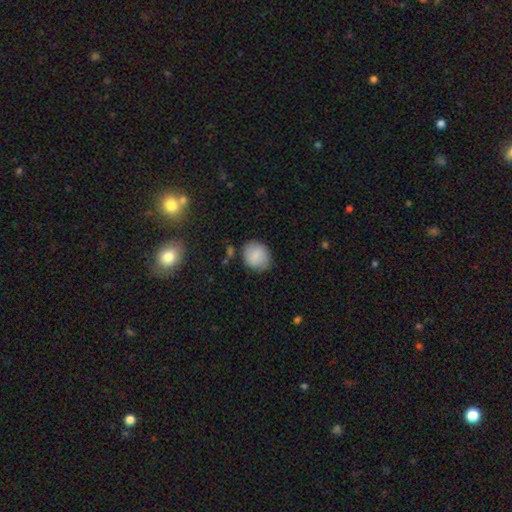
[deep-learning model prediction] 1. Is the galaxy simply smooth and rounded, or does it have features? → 82% smooth, 10% featured or disk, 7% star or artifact.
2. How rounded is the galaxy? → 69% round, 30% in between, 1% cigar-shaped.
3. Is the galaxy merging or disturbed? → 81% none, 13% minor disturbance, 3% major disturbance, 2% merger.